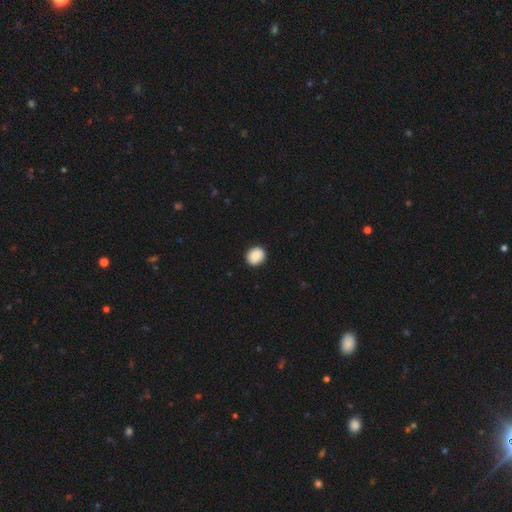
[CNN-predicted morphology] smooth_or_featured: smooth (p=0.89) [alt: star or artifact p=0.08]
how_rounded: round (p=0.77) [alt: in between p=0.23]
merging: none (p=0.90) [alt: minor disturbance p=0.07]